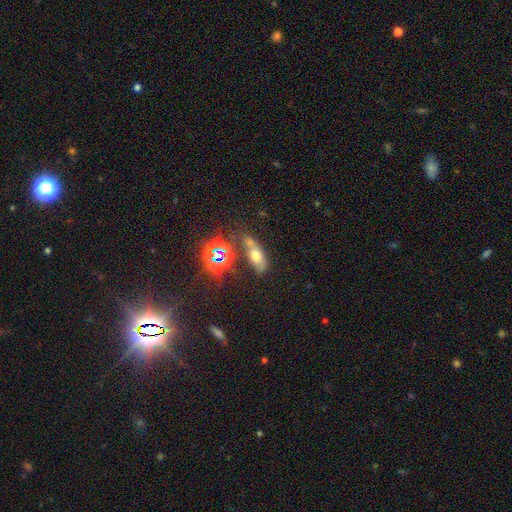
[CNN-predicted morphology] Q: Smooth or featured?
A: smooth (52%); runner-up: star or artifact (25%)
Q: How rounded?
A: in between (71%); runner-up: cigar-shaped (17%)
Q: Merging?
A: none (47%); runner-up: merger (22%)